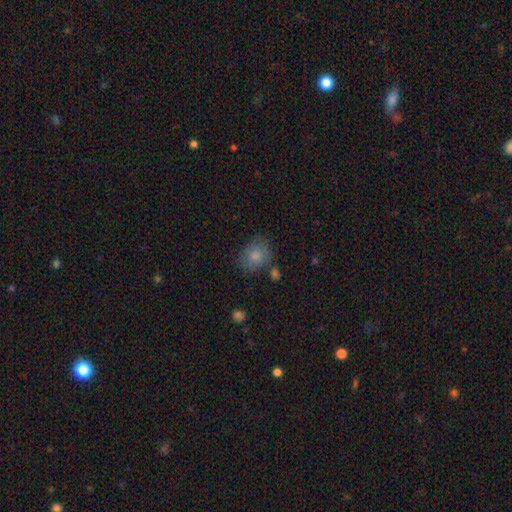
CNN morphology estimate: type=smooth (81%); roundness=round (56%); merging=none (67%).